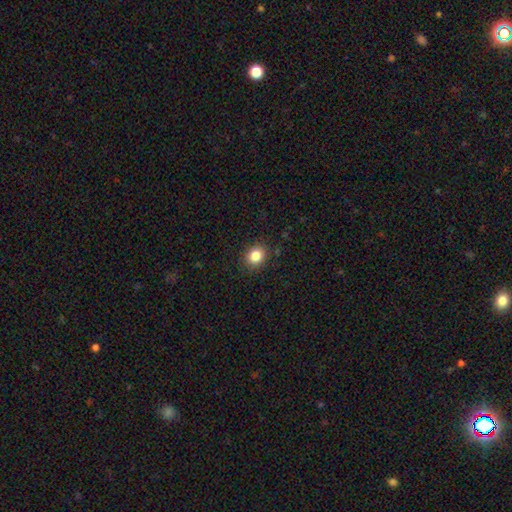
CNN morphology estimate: type=smooth (83%); roundness=round (65%); merging=none (88%).